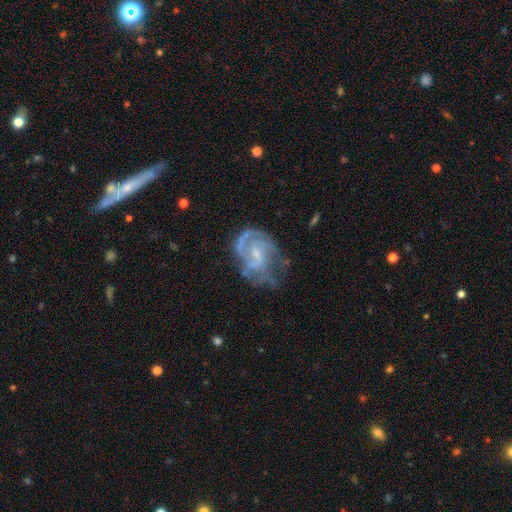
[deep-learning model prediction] Smooth or featured? featured or disk (79%)
Edge-on disk? no (98%)
Bar? weak (49%)
Spiral arms? yes (87%)
Spiral winding? medium (44%)
Spiral arm count? 2 (41%)
Bulge size? small (51%)
Merging? none (49%)